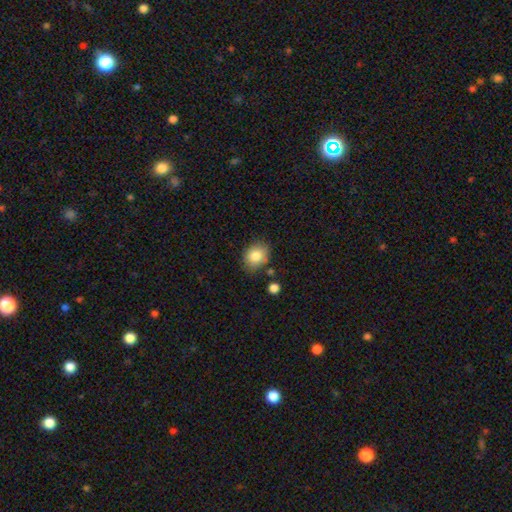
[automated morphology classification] Smooth or featured? smooth (83%)
How rounded? in between (50%, tied with round)
Merging? none (75%)